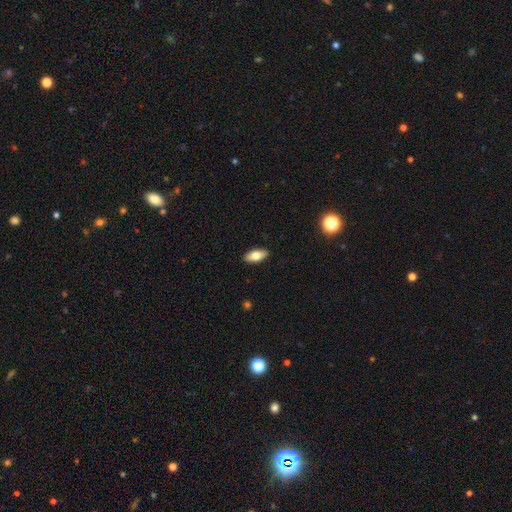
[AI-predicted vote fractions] Smooth or featured? Predicted: smooth (p=0.76). How rounded? Predicted: in between (p=0.87). Merging? Predicted: none (p=0.90).